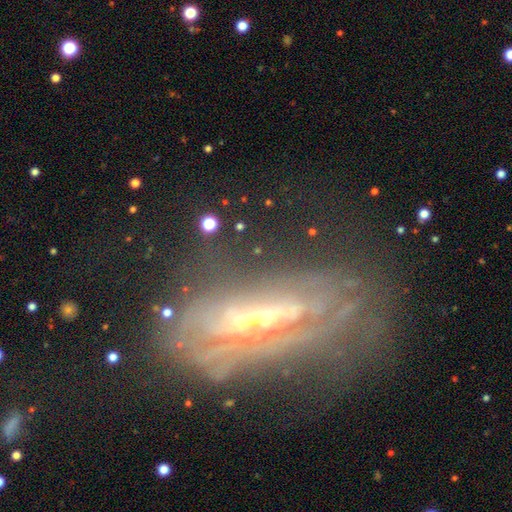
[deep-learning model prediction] This appears to be a featured or disk galaxy (73%). Merging: none (54%).